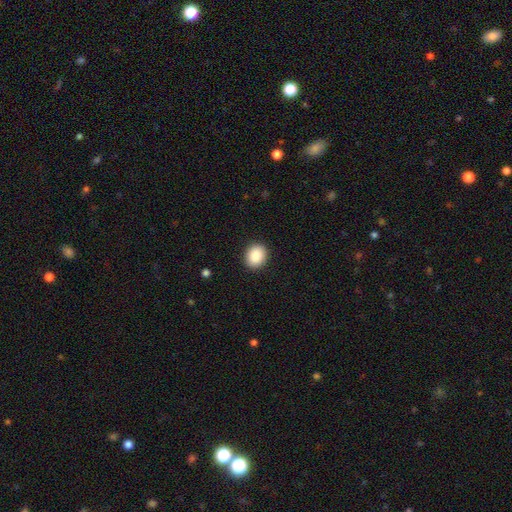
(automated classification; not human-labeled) smooth 89%, star or artifact 8%, featured or disk 4%. Down the decision tree: how rounded — round (54%); merging — none (91%).